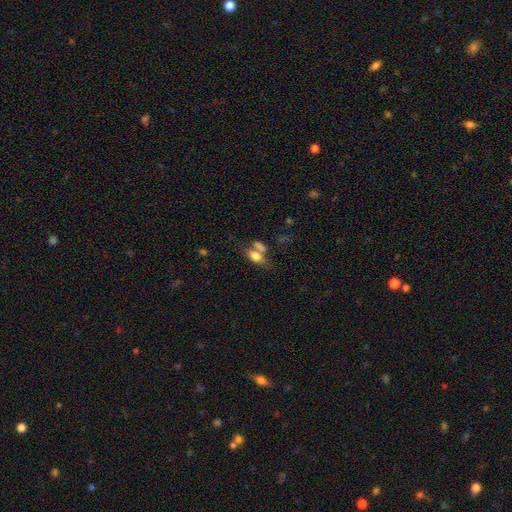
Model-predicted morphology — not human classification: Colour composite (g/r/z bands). It shows a smooth galaxy with no disk features (74%) that is in between round and cigar-shaped (82%). Merging: merger (42%).